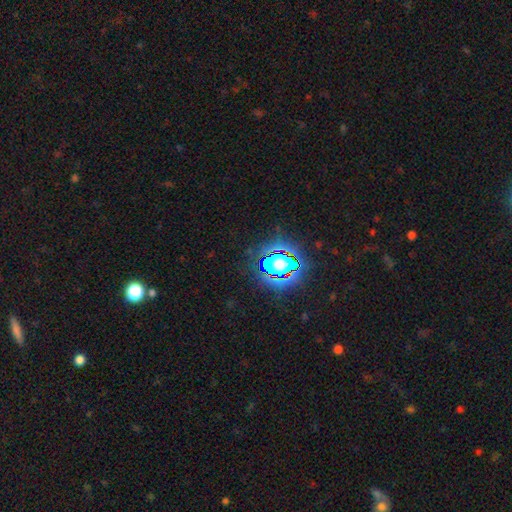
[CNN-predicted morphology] type=star or artifact (81%).